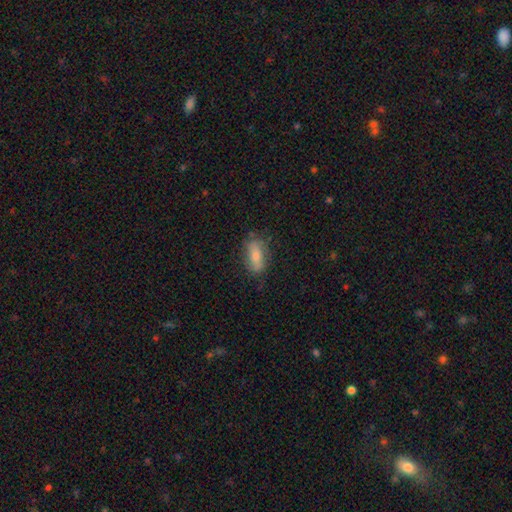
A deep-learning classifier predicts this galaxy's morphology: Smooth or featured?
  - smooth: 71% *
  - featured or disk: 22%
  - star or artifact: 7%
How rounded?
  - in between: 78% *
  - cigar-shaped: 18%
  - round: 4%
Merging?
  - none: 75% *
  - minor disturbance: 19%
  - major disturbance: 5%
  - merger: 2%